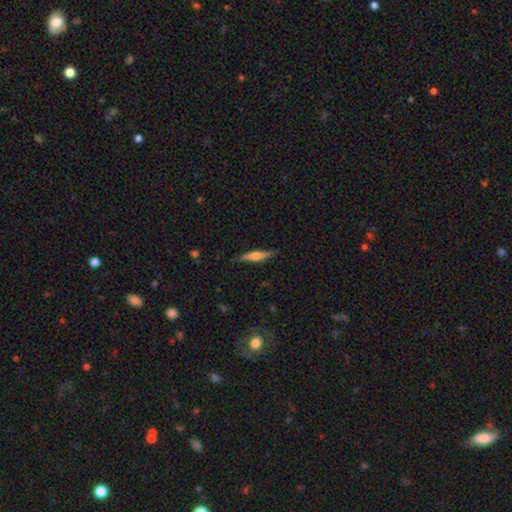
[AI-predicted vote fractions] Smooth or featured? Predicted: featured or disk (p=0.61). Edge-on disk? Predicted: yes (p=0.96). Edge-on bulge? Predicted: rounded (p=0.83). Merging? Predicted: none (p=0.85).